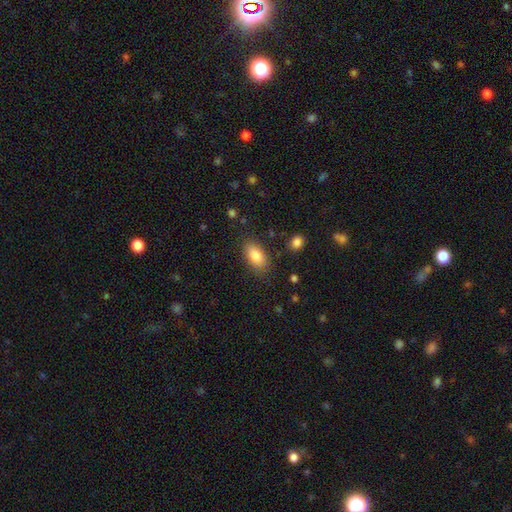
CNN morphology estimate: type=smooth (85%); roundness=in between (90%); merging=none (81%).